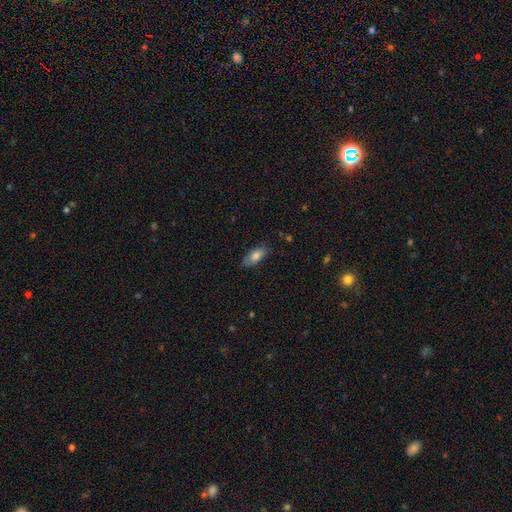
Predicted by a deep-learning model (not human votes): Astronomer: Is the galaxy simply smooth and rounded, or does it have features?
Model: smooth — 81%.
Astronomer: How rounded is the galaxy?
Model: in between — 85%.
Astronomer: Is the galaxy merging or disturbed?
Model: none — 78%.